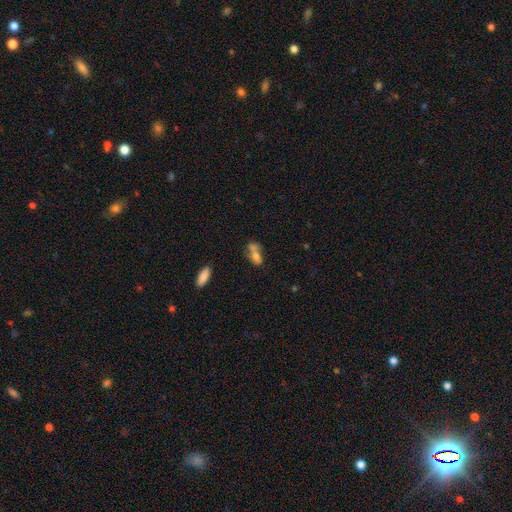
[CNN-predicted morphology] smooth 66%, featured or disk 24%, star or artifact 10%. Down the decision tree: how rounded — in between (74%); merging — merger (41%).